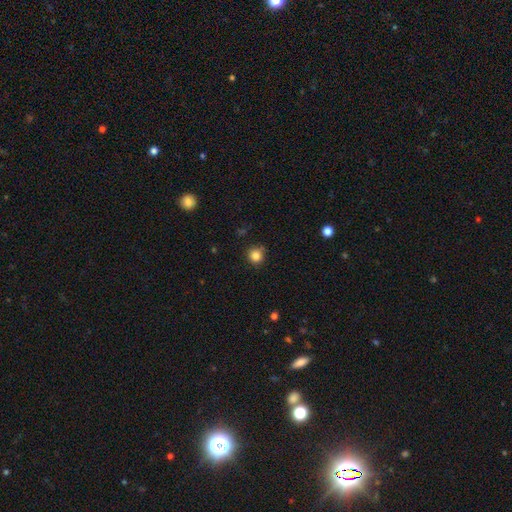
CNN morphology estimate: smooth 84%, star or artifact 12%, featured or disk 4%. Down the decision tree: how rounded — round (94%); merging — none (86%).